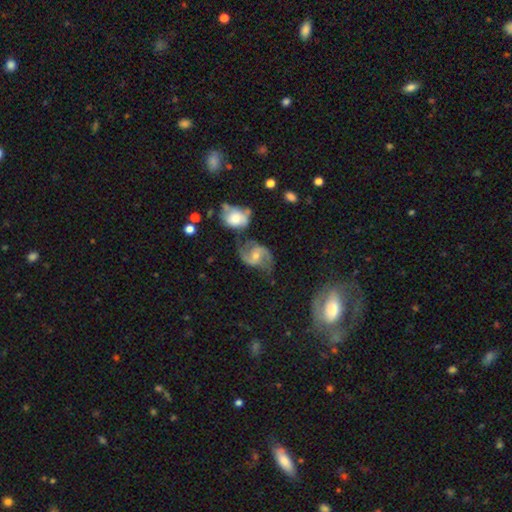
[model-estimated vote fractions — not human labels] Q: Smooth or featured?
A: featured or disk (82%); runner-up: smooth (11%)
Q: Edge-on disk?
A: no (97%); runner-up: yes (3%)
Q: Bar?
A: weak (45%); runner-up: no (37%)
Q: Spiral arms?
A: yes (95%); runner-up: no (5%)
Q: Spiral winding?
A: loose (48%); runner-up: medium (42%)
Q: Spiral arm count?
A: 2 (91%); runner-up: can't tell (3%)
Q: Bulge size?
A: moderate (49%); runner-up: small (44%)
Q: Merging?
A: none (59%); runner-up: minor disturbance (19%)